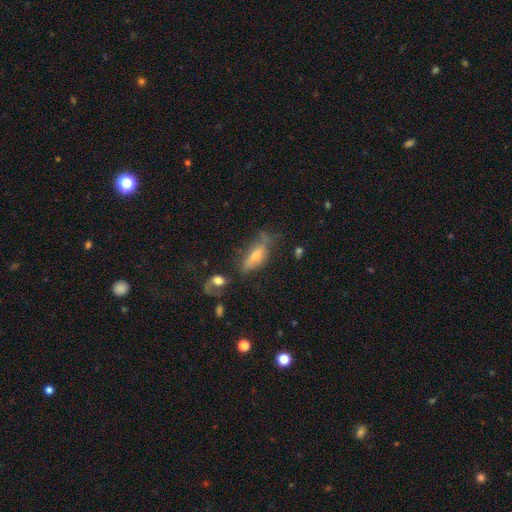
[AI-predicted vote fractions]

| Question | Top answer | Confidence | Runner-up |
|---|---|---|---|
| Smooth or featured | smooth | 44% | tied: featured or disk (44%) |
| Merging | none | 47% | minor disturbance (26%) |